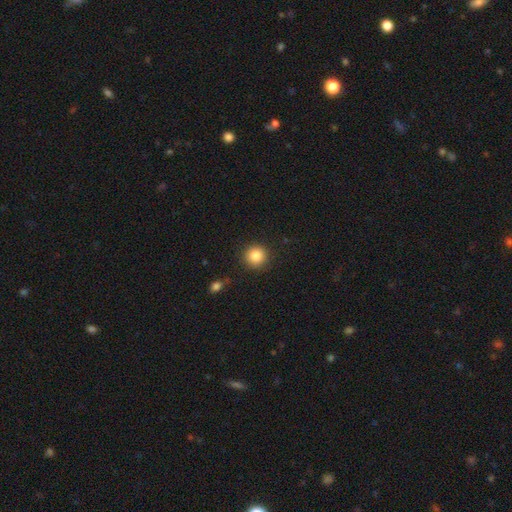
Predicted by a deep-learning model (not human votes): This appears to be a smooth galaxy with no disk features (85%) that is round (94%). Merging: none (90%).